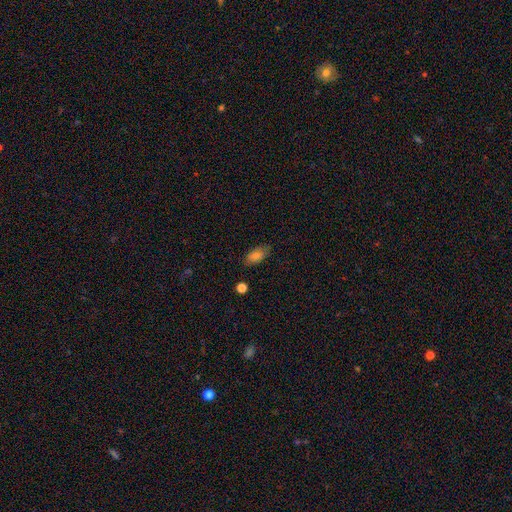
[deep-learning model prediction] Smooth or featured? Predicted: smooth (p=0.77). How rounded? Predicted: in between (p=0.88). Merging? Predicted: none (p=0.78).